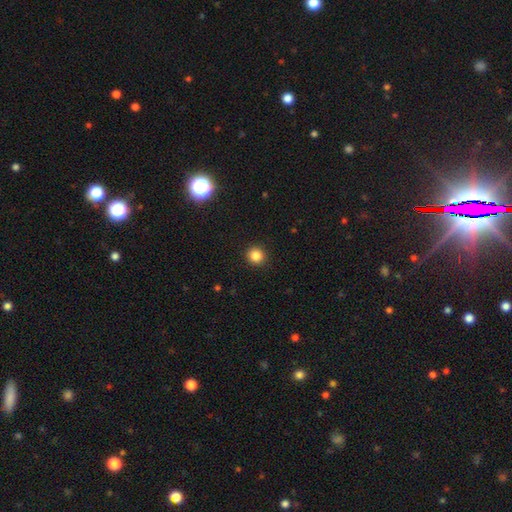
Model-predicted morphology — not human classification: The model was most divided on "smooth or featured": smooth: 84%, star or artifact: 12%, featured or disk: 4%. More confident: how rounded — round (93%); merging — none (92%).